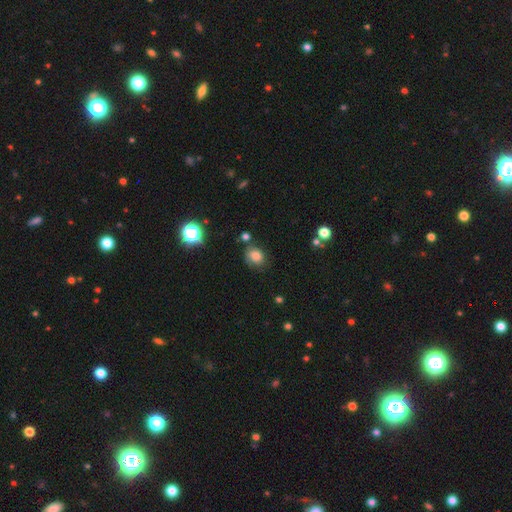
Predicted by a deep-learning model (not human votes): The model was most divided on "how rounded": round: 56%, in between: 44%, cigar-shaped: 1%. More confident: smooth or featured — smooth (77%); merging — none (70%).